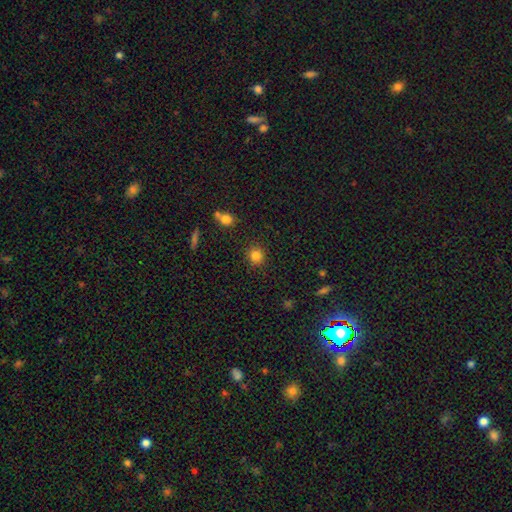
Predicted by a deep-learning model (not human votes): The model was most divided on "smooth or featured": smooth: 82%, star or artifact: 12%, featured or disk: 5%. More confident: how rounded — round (90%); merging — none (89%).